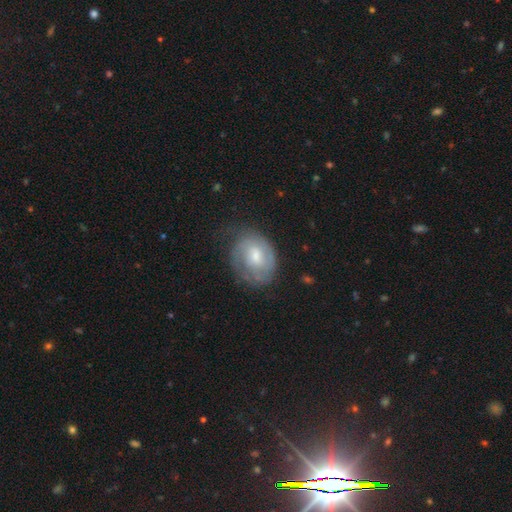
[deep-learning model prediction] This appears to be a featured or disk galaxy (59%) with a weak bar (47%), spiral arms (78%) and a moderate central bulge (54%). Merging: none (56%).